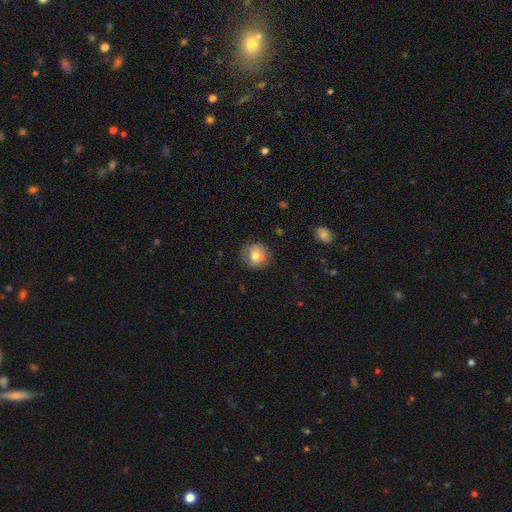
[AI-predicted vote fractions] smooth_or_featured: smooth (p=0.75) [alt: featured or disk p=0.15]
how_rounded: round (p=0.88) [alt: in between p=0.11]
merging: none (p=0.79) [alt: minor disturbance p=0.15]